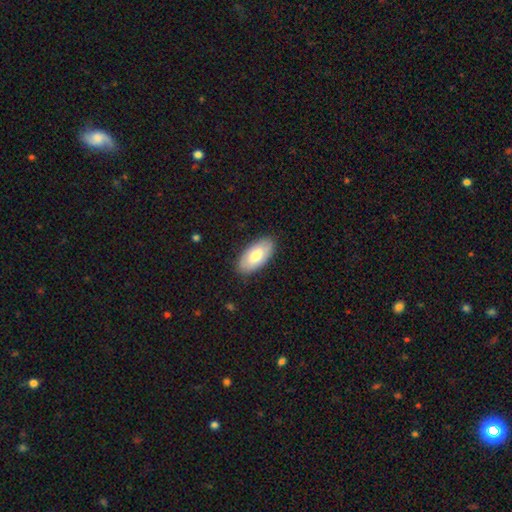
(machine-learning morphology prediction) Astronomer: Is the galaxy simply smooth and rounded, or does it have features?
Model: smooth — 74%.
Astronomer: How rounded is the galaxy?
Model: in between — 94%.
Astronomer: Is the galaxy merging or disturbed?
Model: none — 87%.